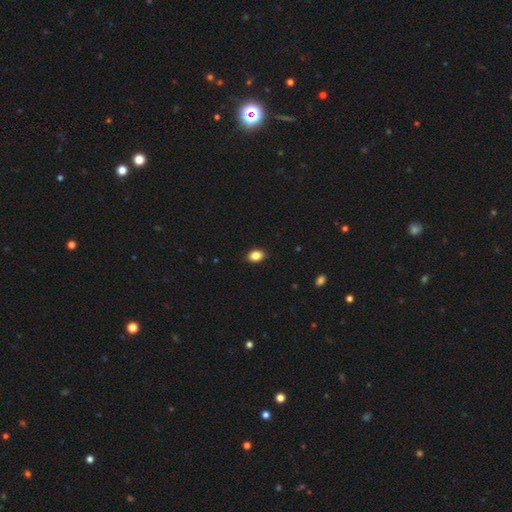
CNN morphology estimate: A smooth galaxy with no disk features (86%) that is in between round and cigar-shaped (78%).

Vote fractions:
- Smooth or featured? smooth: 86% / star or artifact: 9% / featured or disk: 5%
- How rounded? in between: 78% / round: 20% / cigar-shaped: 1%
- Merging? none: 90% / minor disturbance: 7% / major disturbance: 2% / merger: 1%